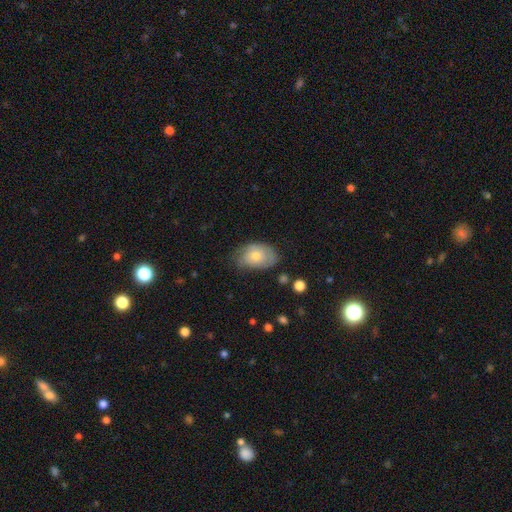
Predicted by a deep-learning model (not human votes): This appears to be a smooth galaxy with no disk features (58%) that is in between round and cigar-shaped (85%). Merging: none (62%).